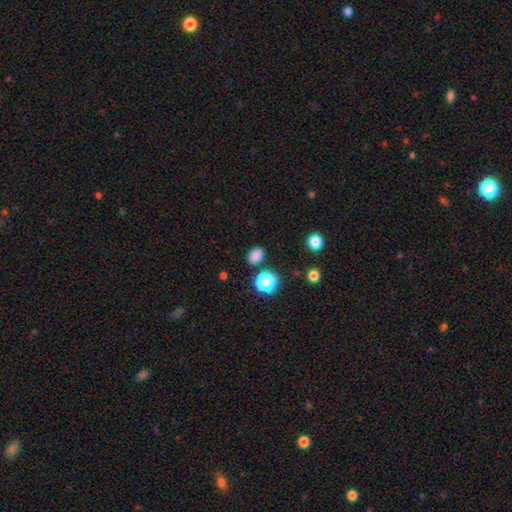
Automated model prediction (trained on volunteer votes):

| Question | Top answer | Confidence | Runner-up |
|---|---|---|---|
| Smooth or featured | smooth | 80% | star or artifact (16%) |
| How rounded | in between | 67% | round (32%) |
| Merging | none | 85% | minor disturbance (9%) |